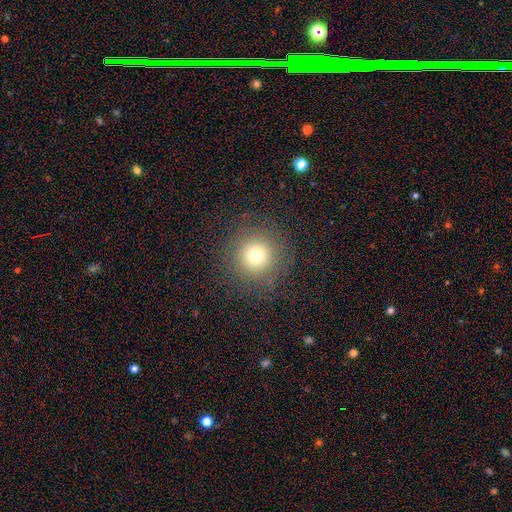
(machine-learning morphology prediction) Smooth or featured? smooth (74%)
How rounded? round (95%)
Merging? none (89%)